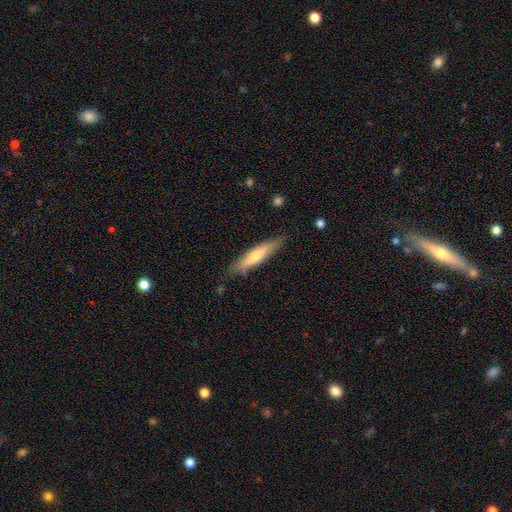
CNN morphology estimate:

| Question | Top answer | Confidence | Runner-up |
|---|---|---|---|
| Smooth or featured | smooth | 51% | featured or disk (43%) |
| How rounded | cigar-shaped | 88% | in between (11%) |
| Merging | none | 85% | minor disturbance (12%) |